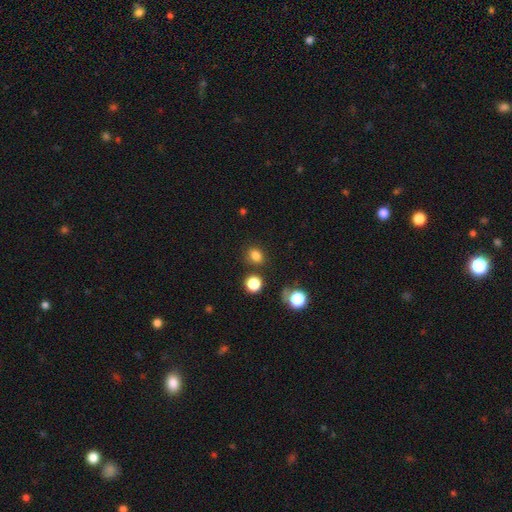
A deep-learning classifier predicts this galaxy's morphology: The model was most divided on "how rounded": round: 51%, in between: 47%, cigar-shaped: 1%. More confident: smooth or featured — smooth (81%); merging — none (79%).